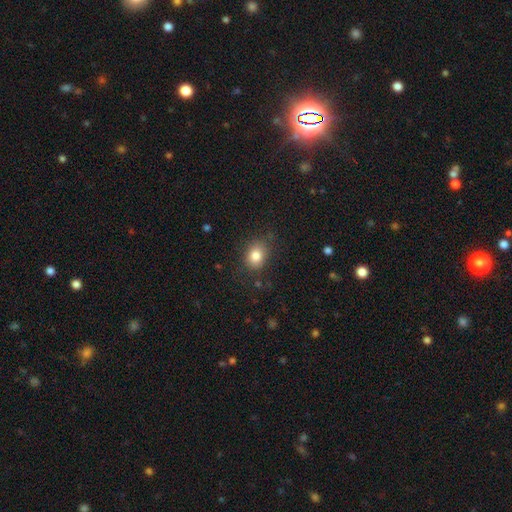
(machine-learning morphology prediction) Q: Smooth or featured?
A: smooth (82%); runner-up: star or artifact (10%)
Q: How rounded?
A: in between (50%); runner-up: round (49%)
Q: Merging?
A: none (79%); runner-up: minor disturbance (15%)